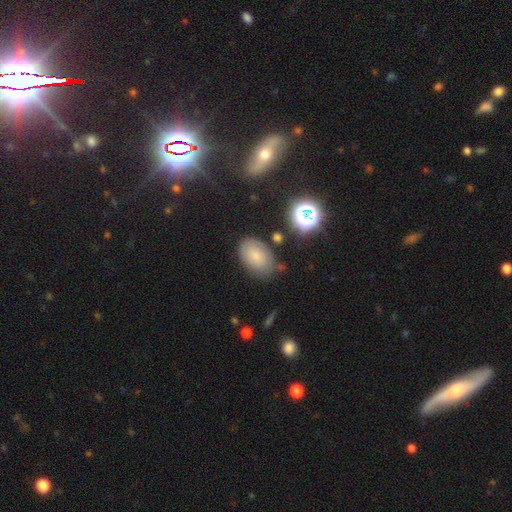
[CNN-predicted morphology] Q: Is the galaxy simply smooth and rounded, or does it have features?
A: smooth — 73%.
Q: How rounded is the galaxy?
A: in between — 87%.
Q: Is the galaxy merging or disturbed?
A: none — 73%.